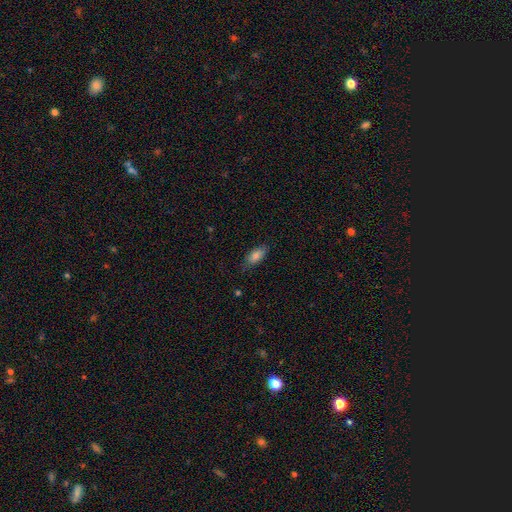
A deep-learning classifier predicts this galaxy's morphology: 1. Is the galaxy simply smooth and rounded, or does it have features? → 82% smooth, 11% featured or disk, 7% star or artifact.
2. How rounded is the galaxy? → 85% in between, 12% cigar-shaped, 3% round.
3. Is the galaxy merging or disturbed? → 77% none, 18% minor disturbance, 4% major disturbance, 1% merger.